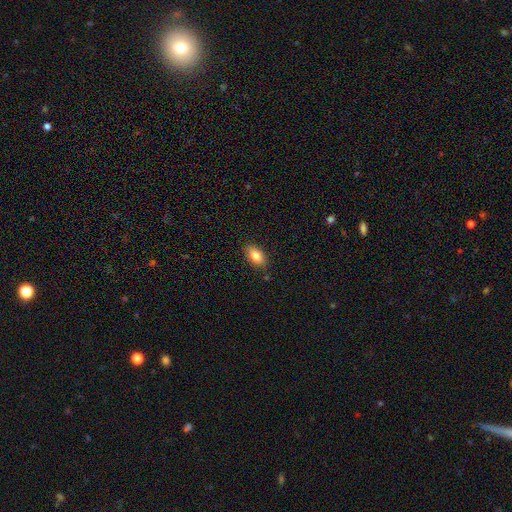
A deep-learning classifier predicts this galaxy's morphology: Smooth or featured?
  - smooth: 82% *
  - featured or disk: 10%
  - star or artifact: 8%
How rounded?
  - in between: 90% *
  - cigar-shaped: 5%
  - round: 5%
Merging?
  - none: 86% *
  - minor disturbance: 11%
  - major disturbance: 2%
  - merger: 2%